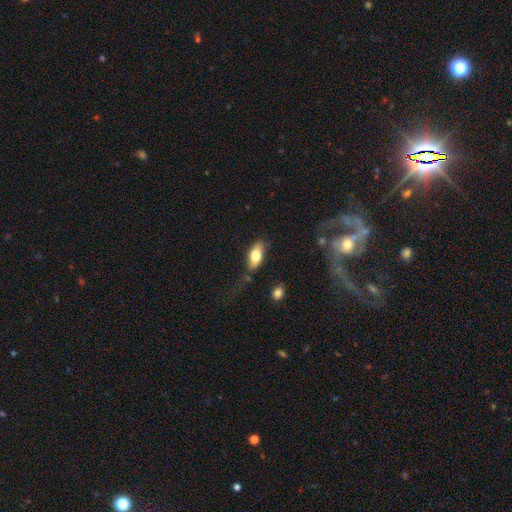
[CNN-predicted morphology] Smooth or featured? Predicted: smooth (p=0.71). How rounded? Predicted: in between (p=0.85). Merging? Predicted: none (p=0.65).